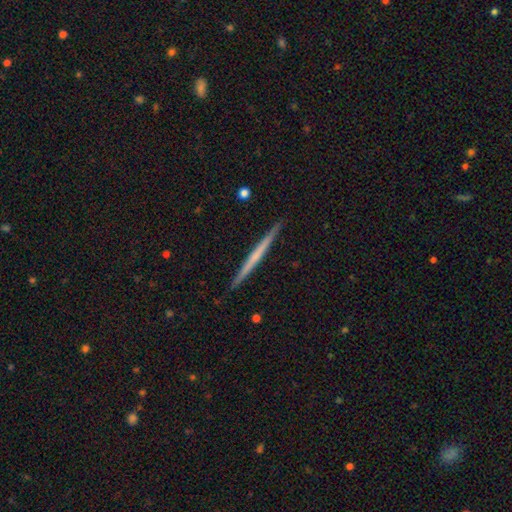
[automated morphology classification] This is possibly a featured or disk galaxy (55%). It is clearly viewed edge-on (98%). Edge-on bulge: clearly none (87%). Merging: clearly none (92%).